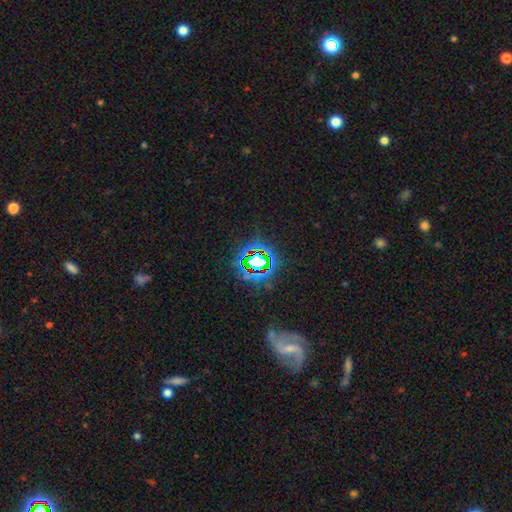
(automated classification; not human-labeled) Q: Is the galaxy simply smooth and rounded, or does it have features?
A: star or artifact — 75%.